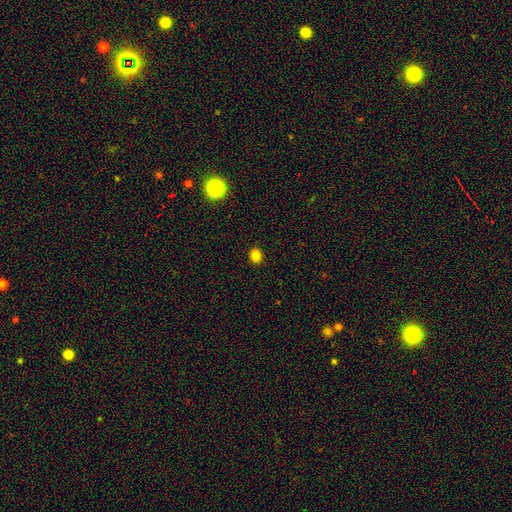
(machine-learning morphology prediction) This is clearly a smooth galaxy (83%). How rounded: likely round (72%). Merging: clearly none (92%).